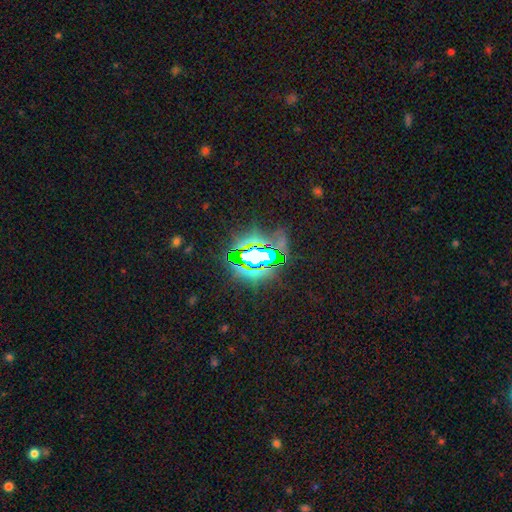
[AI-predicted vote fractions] Smooth or featured?
  - star or artifact: 73% *
  - smooth: 14%
  - featured or disk: 13%